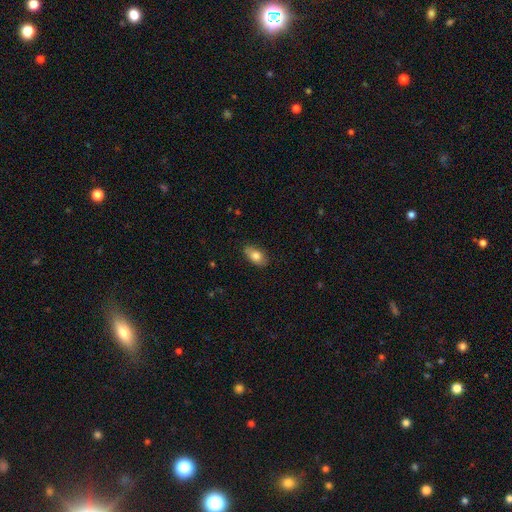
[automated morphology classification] Smooth or featured? smooth (80%)
How rounded? in between (90%)
Merging? none (81%)